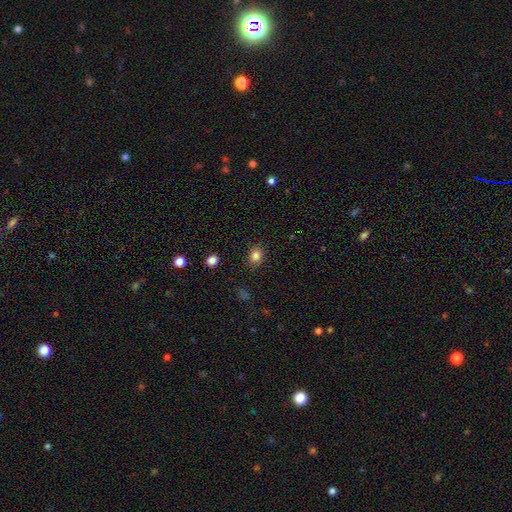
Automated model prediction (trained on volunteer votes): smooth_or_featured: smooth (p=0.83) [alt: star or artifact p=0.12]
how_rounded: round (p=0.53) [alt: in between p=0.46]
merging: none (p=0.87) [alt: minor disturbance p=0.09]